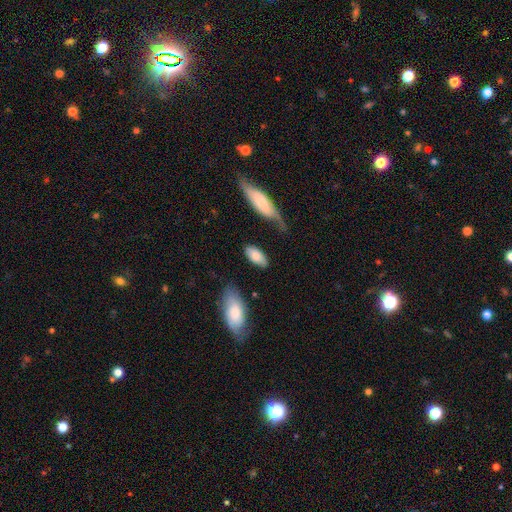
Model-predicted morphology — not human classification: smooth 80%, featured or disk 14%, star or artifact 6%. Down the decision tree: how rounded — in between (91%); merging — none (71%).